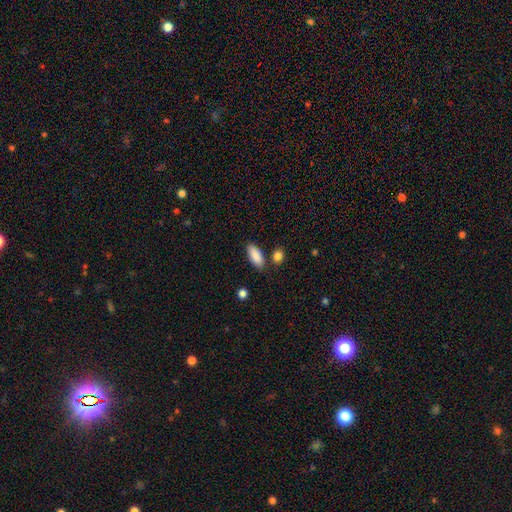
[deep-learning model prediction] smooth-or-featured: smooth: 89% | star or artifact: 6% | featured or disk: 5%
  how-rounded: in between: 85% | cigar-shaped: 12% | round: 2%
  merging: none: 79% | minor disturbance: 12% | merger: 6% | major disturbance: 3%